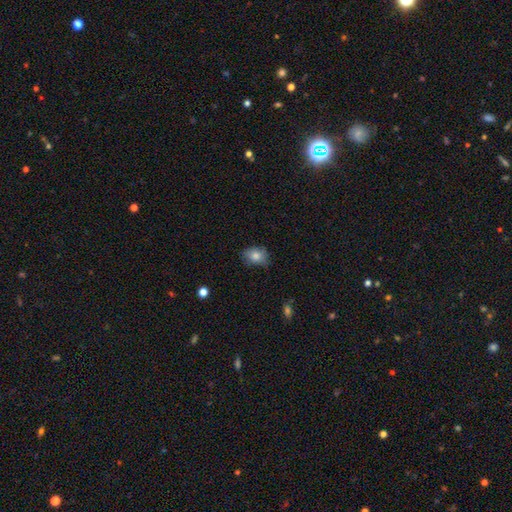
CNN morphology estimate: A smooth galaxy with no disk features (80%) that is in between round and cigar-shaped (64%). Merging: none (65%).